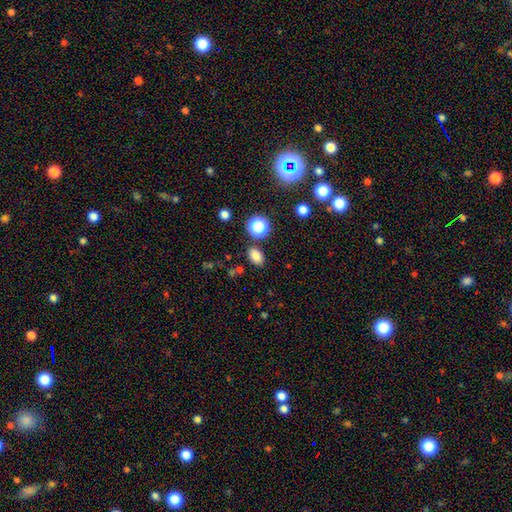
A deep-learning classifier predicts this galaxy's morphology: Smooth or featured? Predicted: smooth (p=0.80). How rounded? Predicted: in between (p=0.79). Merging? Predicted: none (p=0.82).